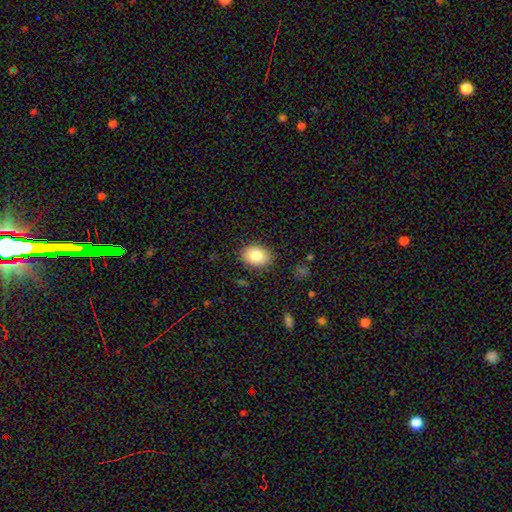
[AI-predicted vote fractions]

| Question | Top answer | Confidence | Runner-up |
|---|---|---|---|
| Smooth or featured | smooth | 83% | featured or disk (9%) |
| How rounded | in between | 69% | round (31%) |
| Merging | none | 86% | minor disturbance (10%) |